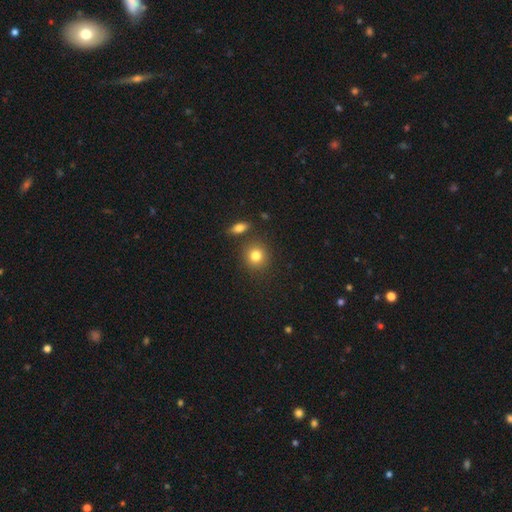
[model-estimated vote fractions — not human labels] Overall: smooth (82%). How rounded: round (84%). Merging: none (82%).